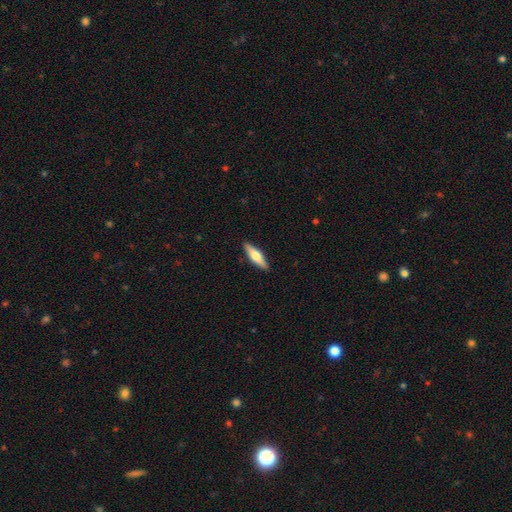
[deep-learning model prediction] Smooth or featured?
  - smooth: 49% *
  - featured or disk: 45%
  - star or artifact: 5%
Merging?
  - none: 90% *
  - minor disturbance: 7%
  - major disturbance: 2%
  - merger: 1%